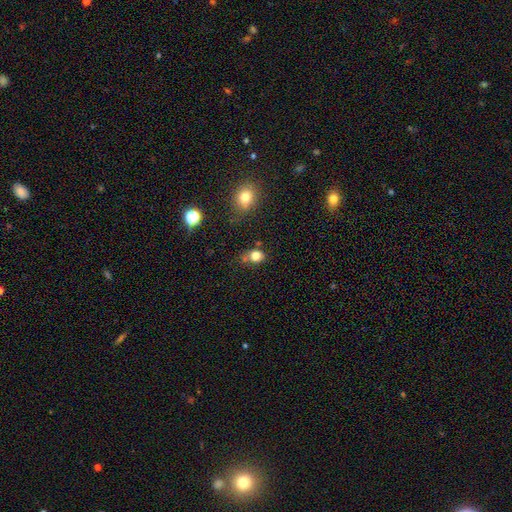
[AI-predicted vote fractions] smooth 80%, star or artifact 13%, featured or disk 7%. Down the decision tree: how rounded — round (60%); merging — none (61%).